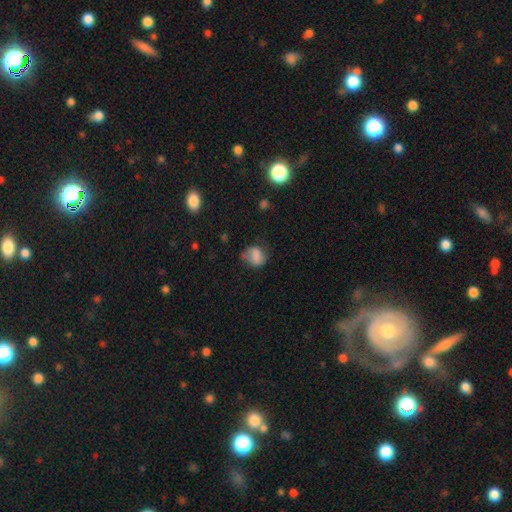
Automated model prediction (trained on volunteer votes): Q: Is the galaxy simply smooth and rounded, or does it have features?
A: smooth — 69%.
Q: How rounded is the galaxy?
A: round — 50%.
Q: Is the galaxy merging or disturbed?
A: none — 48%.